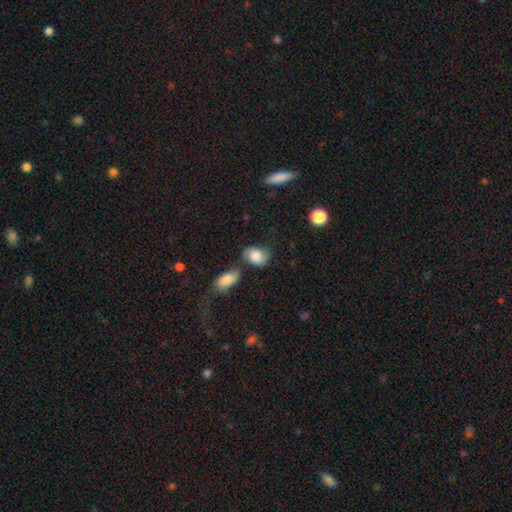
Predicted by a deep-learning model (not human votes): Morphology: type=smooth (73%); roundness=in between (67%); merging=none (48%).